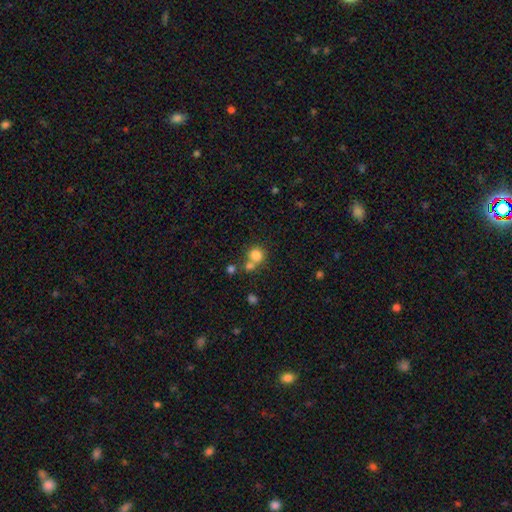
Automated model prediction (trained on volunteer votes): Overall: smooth (79%). How rounded: round (83%). Merging: none (48%; merger 39%).